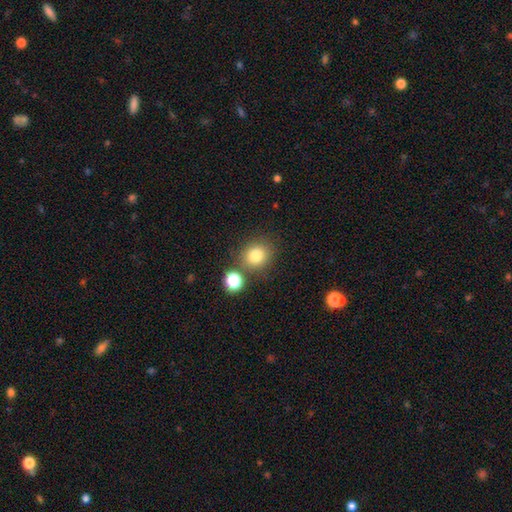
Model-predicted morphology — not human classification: Smooth or featured?
  - smooth: 79% *
  - star or artifact: 13%
  - featured or disk: 8%
How rounded?
  - round: 82% *
  - in between: 18%
  - cigar-shaped: 1%
Merging?
  - none: 75% *
  - merger: 11%
  - minor disturbance: 10%
  - major disturbance: 4%